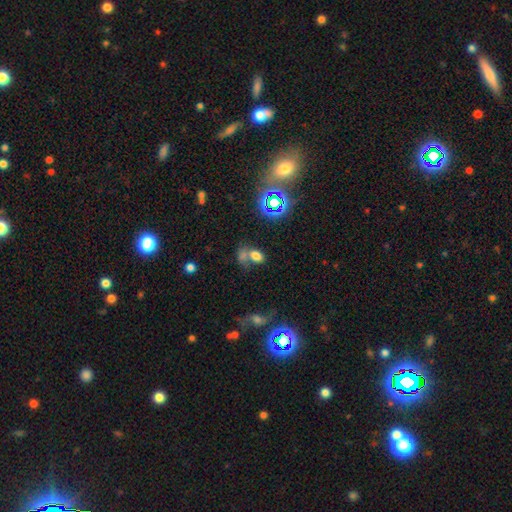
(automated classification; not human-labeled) Smooth or featured: smooth — 67% (star or artifact — 21%)
How rounded: in between — 75% (round — 23%)
Merging: merger — 49% (none — 34%)